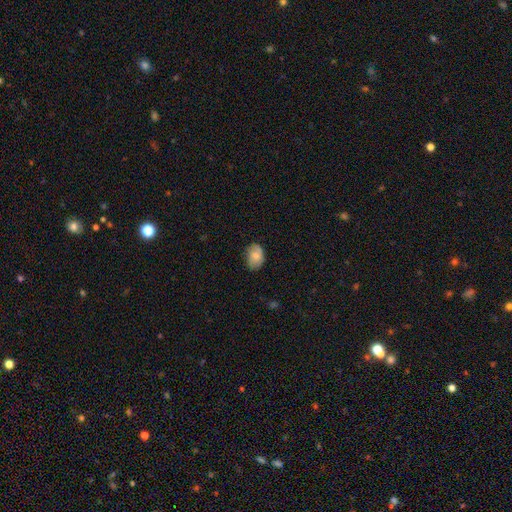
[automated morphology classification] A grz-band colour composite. It shows a smooth galaxy with no disk features (69%) that is in between round and cigar-shaped (77%). Merging: none (67%).